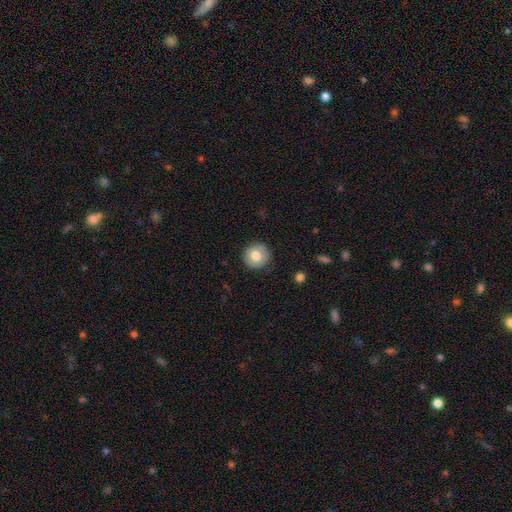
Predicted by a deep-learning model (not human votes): Smooth or featured? smooth (71%)
How rounded? round (92%)
Merging? none (89%)